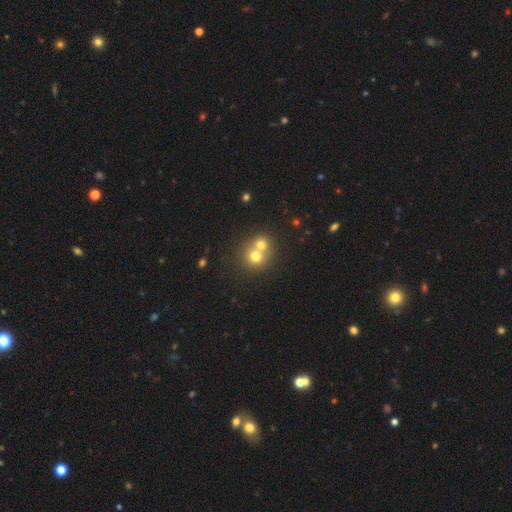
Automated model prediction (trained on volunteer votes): Smooth or featured: smooth — 69% (featured or disk — 18%)
How rounded: round — 84% (in between — 15%)
Merging: merger — 60% (none — 33%)